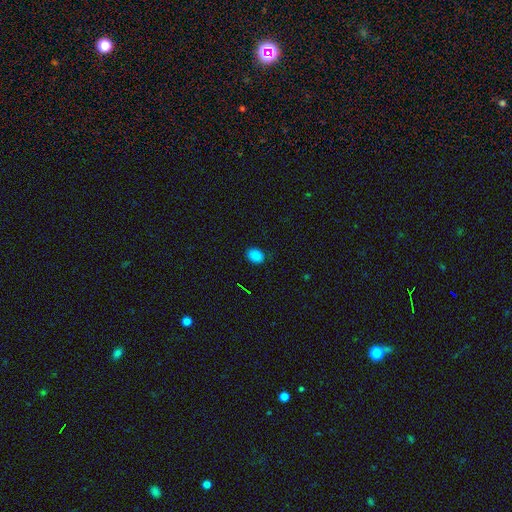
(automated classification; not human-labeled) Smooth or featured? Predicted: smooth (p=0.83). How rounded? Predicted: in between (p=0.68). Merging? Predicted: none (p=0.83).